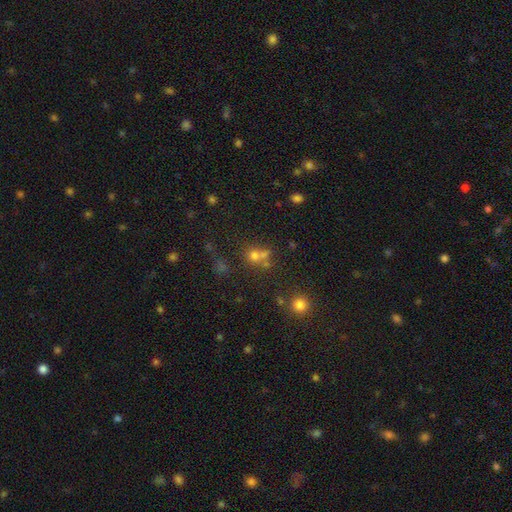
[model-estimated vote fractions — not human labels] Smooth or featured: smooth — 57% (star or artifact — 29%)
How rounded: round — 81% (in between — 18%)
Merging: none — 49% (merger — 36%)